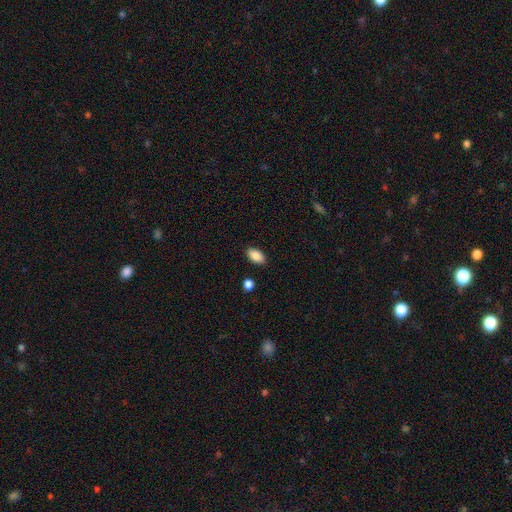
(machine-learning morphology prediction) smooth-or-featured: smooth: 89% | star or artifact: 7% | featured or disk: 4%
  how-rounded: in between: 93% | round: 5% | cigar-shaped: 2%
  merging: none: 87% | minor disturbance: 9% | major disturbance: 2% | merger: 2%